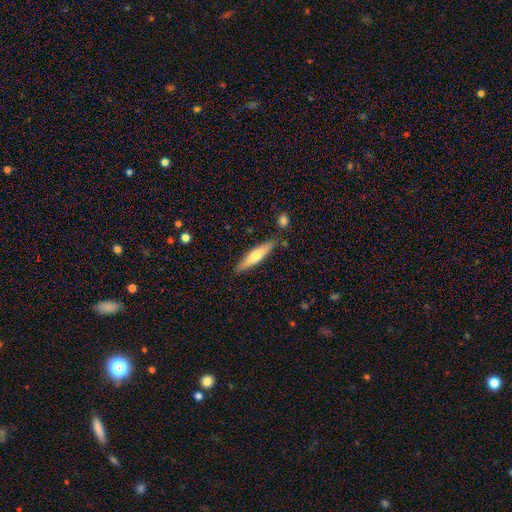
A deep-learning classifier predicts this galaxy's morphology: A smooth galaxy with no disk features (48%).

Vote fractions:
- Smooth or featured? smooth: 48% / featured or disk: 46% / star or artifact: 6%
- Merging? none: 85% / minor disturbance: 10% / merger: 3% / major disturbance: 2%